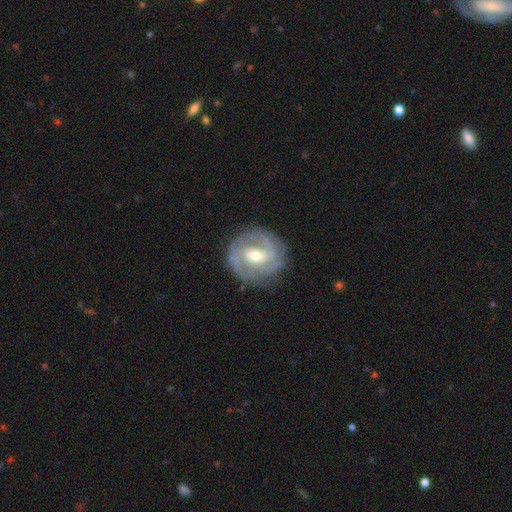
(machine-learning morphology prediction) smooth-or-featured: featured or disk: 84% | smooth: 11% | star or artifact: 5%
  disk-edge-on: no: 97% | yes: 3%
    bar: weak: 46% | no: 34% | strong: 20%
    has-spiral-arms: yes: 92% | no: 8%
      spiral-winding: tight: 61% | medium: 31% | loose: 8%
      spiral-arm-count: 2: 43% | can't tell: 22% | 3: 21% | 4: 5% | 1: 4% | more than 4: 4%
    bulge-size: moderate: 65% | small: 29% | large: 4% | none: 1% | dominant: 1%
  merging: none: 81% | minor disturbance: 13% | major disturbance: 5% | merger: 1%